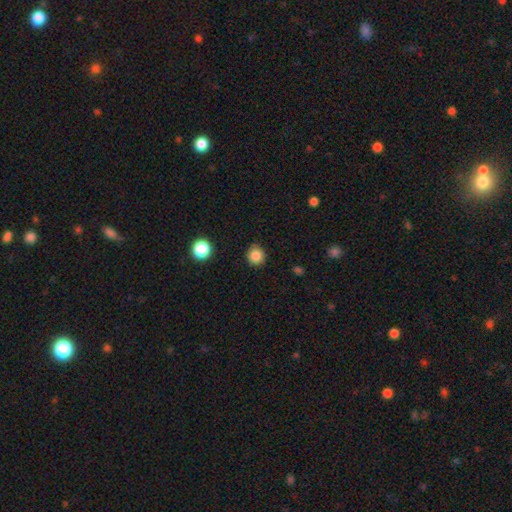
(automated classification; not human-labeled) A smooth galaxy with no disk features (84%) that is round (92%). Merging: none (87%).